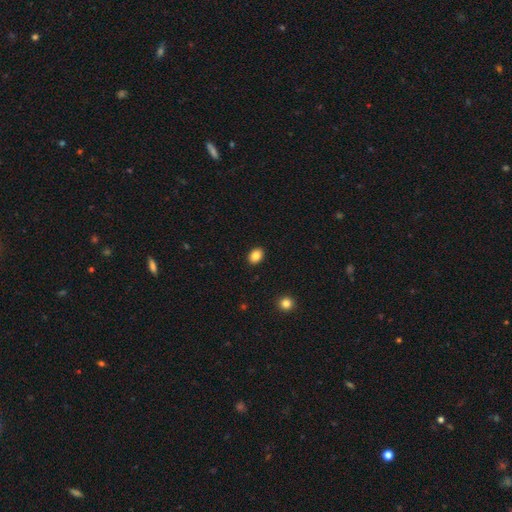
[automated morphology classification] A smooth galaxy with no disk features (85%) that is in between round and cigar-shaped (67%). Merging: none (91%).